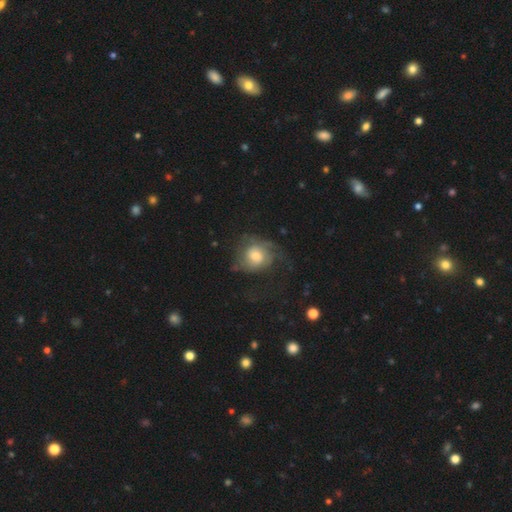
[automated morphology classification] type=featured or disk (51%); edge-on=no (97%); merging=none (44%).